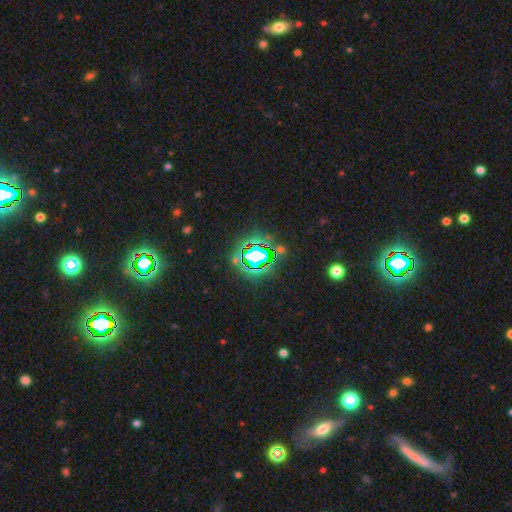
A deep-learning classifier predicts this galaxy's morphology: Q: Smooth or featured?
A: star or artifact (74%); runner-up: smooth (15%)